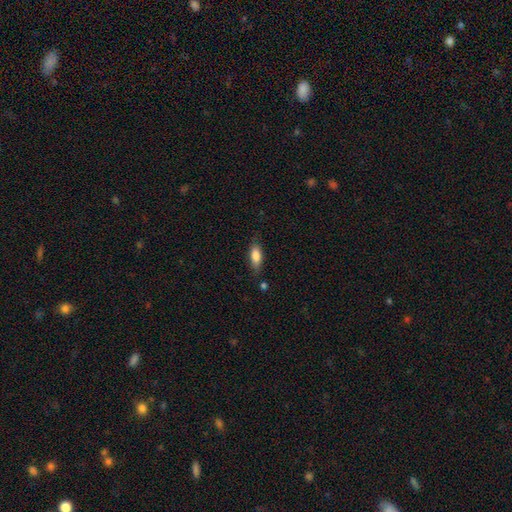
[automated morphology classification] type=smooth (82%); roundness=in between (74%); merging=none (76%).